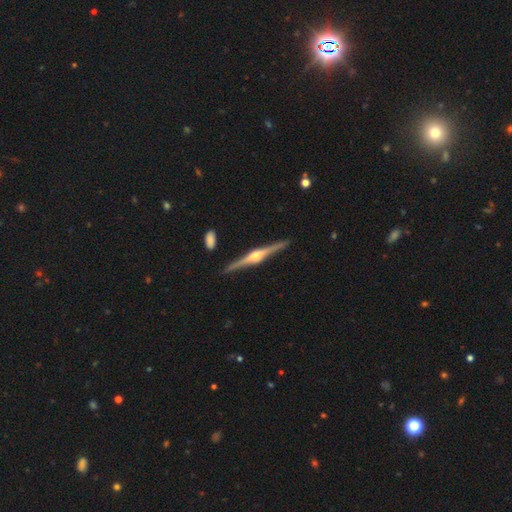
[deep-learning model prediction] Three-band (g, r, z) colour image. It shows a featured or disk galaxy (86%) viewed edge-on (98%) with a rounded central bulge (91%). Merging: none (90%).